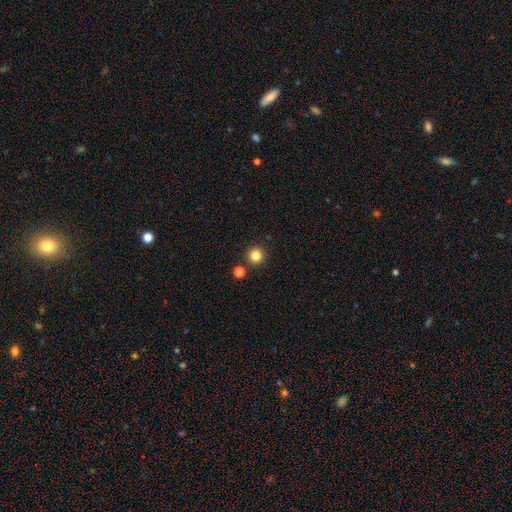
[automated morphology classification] A smooth galaxy with no disk features (83%) that is round (95%). Merging: none (88%).